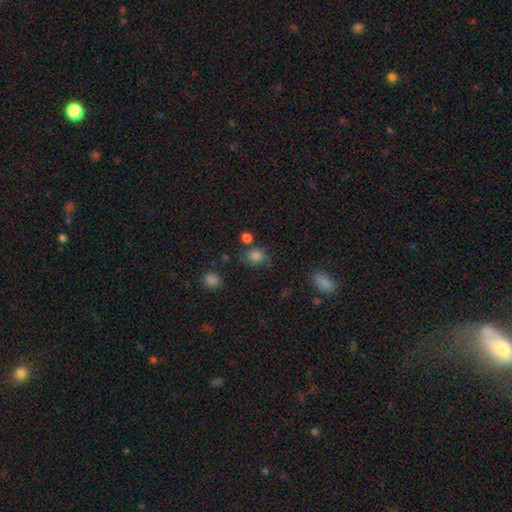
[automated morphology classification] type=smooth (78%); roundness=round (68%); merging=none (60%).